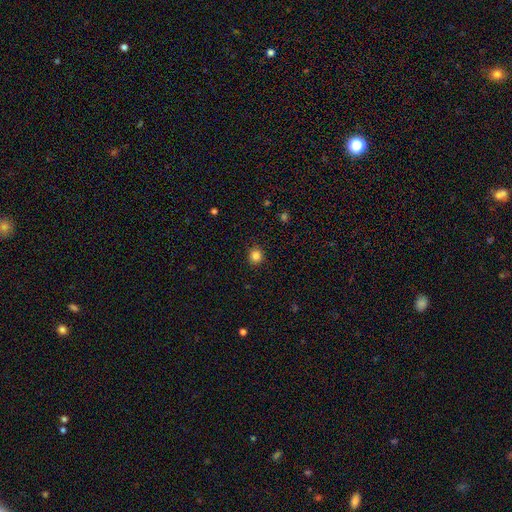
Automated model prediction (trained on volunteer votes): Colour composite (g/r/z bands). It shows a smooth galaxy with no disk features (85%) that is round (87%). Merging: none (90%).